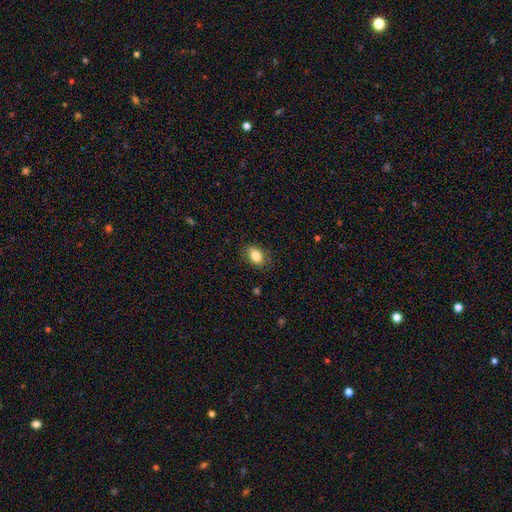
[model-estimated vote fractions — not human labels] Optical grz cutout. It shows a smooth galaxy with no disk features (84%) that is in between round and cigar-shaped (80%). Merging: none (84%).